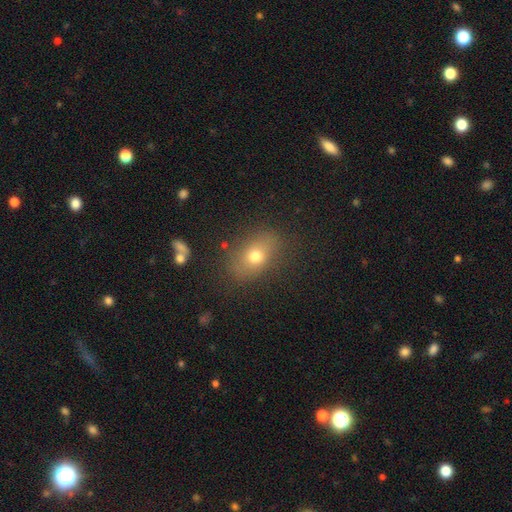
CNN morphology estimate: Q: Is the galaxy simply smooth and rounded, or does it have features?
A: smooth — 68%.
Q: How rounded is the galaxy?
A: in between — 76%.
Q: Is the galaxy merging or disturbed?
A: none — 78%.